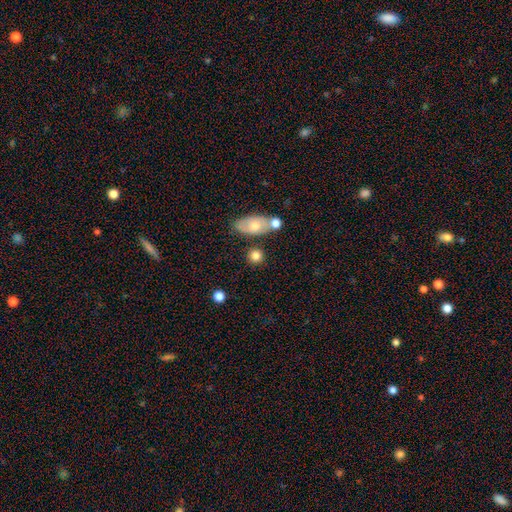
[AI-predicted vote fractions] Q: Smooth or featured?
A: smooth (80%); runner-up: featured or disk (11%)
Q: How rounded?
A: round (79%); runner-up: in between (18%)
Q: Merging?
A: none (72%); runner-up: merger (14%)